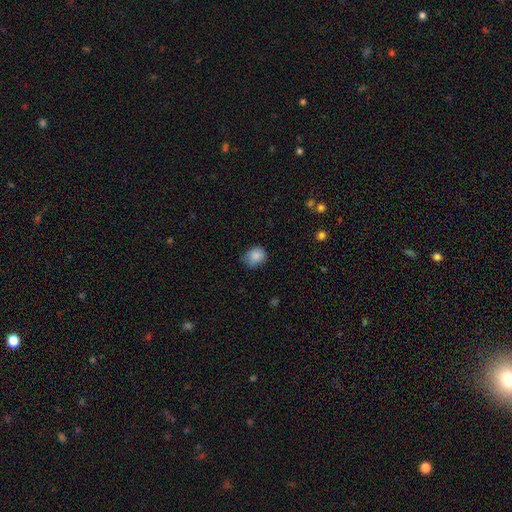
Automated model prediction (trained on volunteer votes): This appears to be a smooth galaxy with no disk features (87%) that is round (62%). Merging: none (65%).